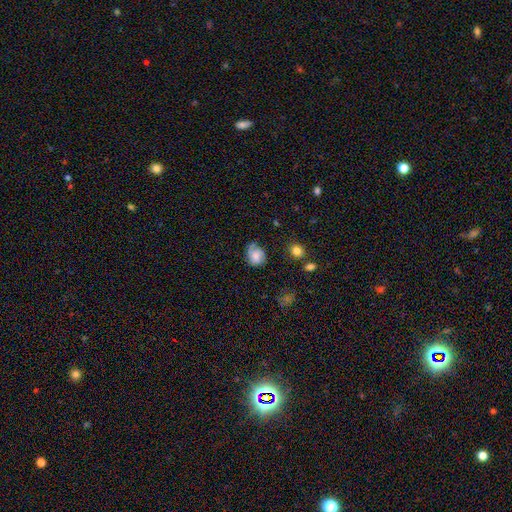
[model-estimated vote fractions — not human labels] Smooth or featured? smooth (52%)
How rounded? round (57%)
Merging? none (52%)